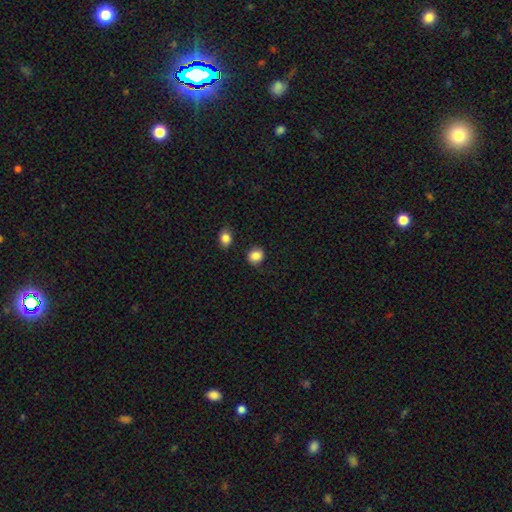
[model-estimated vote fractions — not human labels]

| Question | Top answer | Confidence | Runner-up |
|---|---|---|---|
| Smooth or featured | smooth | 87% | star or artifact (9%) |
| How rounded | round | 76% | in between (23%) |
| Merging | none | 80% | minor disturbance (14%) |